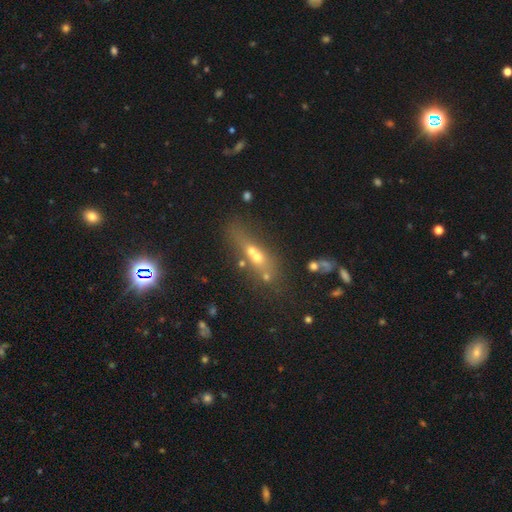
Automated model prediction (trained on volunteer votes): smooth_or_featured: smooth (p=0.43) [alt: featured or disk p=0.35]
merging: merger (p=0.52) [alt: none p=0.29]